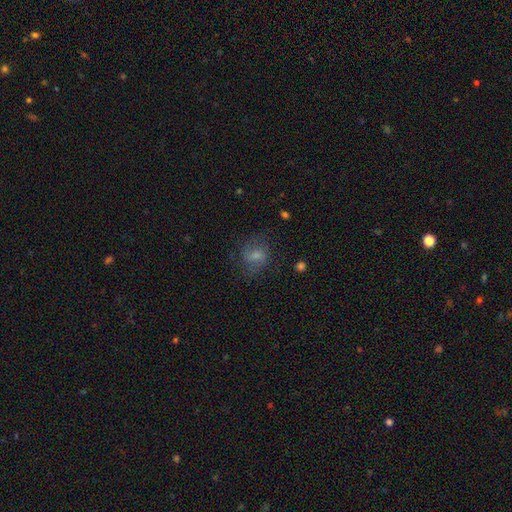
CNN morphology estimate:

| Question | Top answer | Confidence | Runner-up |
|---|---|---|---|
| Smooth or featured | smooth | 52% | featured or disk (37%) |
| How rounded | round | 56% | in between (42%) |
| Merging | none | 64% | minor disturbance (20%) |